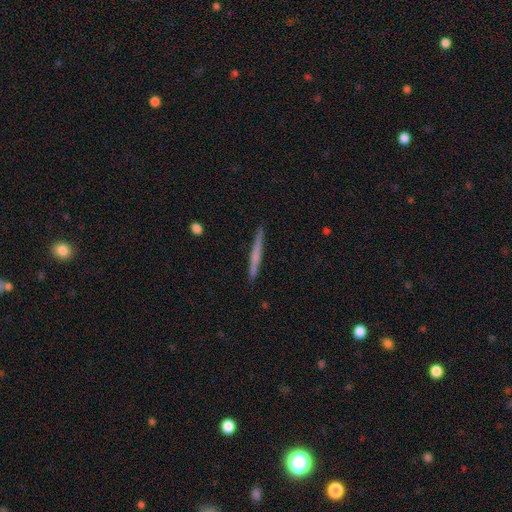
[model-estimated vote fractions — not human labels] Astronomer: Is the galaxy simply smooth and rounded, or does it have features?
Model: smooth — 53% (runner-up: featured or disk, 41%).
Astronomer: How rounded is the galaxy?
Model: cigar-shaped — 97%.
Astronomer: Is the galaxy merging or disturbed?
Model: none — 91%.